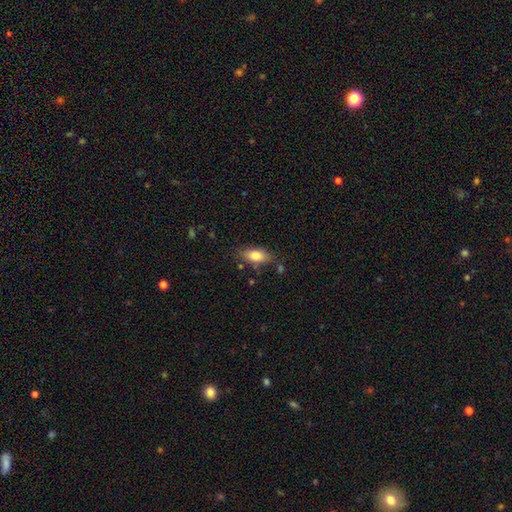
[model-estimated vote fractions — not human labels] Smooth or featured?
  - smooth: 81% *
  - featured or disk: 12%
  - star or artifact: 7%
How rounded?
  - in between: 87% *
  - cigar-shaped: 9%
  - round: 4%
Merging?
  - none: 74% *
  - minor disturbance: 17%
  - merger: 4%
  - major disturbance: 4%